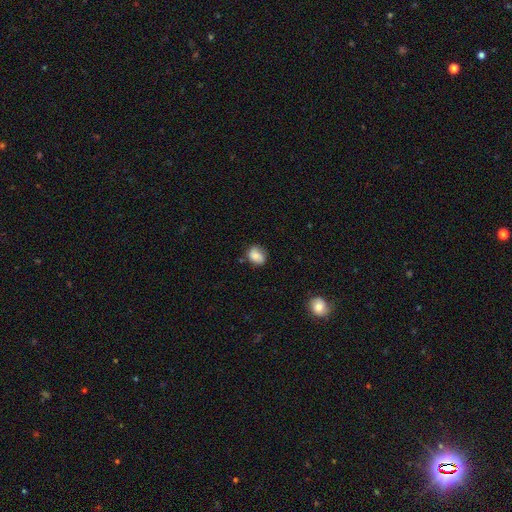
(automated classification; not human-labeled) Morphology: type=smooth (78%); roundness=in between (52%); merging=none (67%).